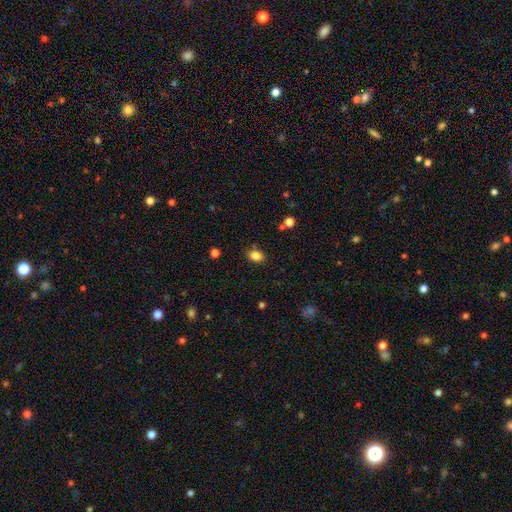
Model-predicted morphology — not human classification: Smooth or featured? Predicted: smooth (p=0.83). How rounded? Predicted: in between (p=0.67). Merging? Predicted: none (p=0.84).